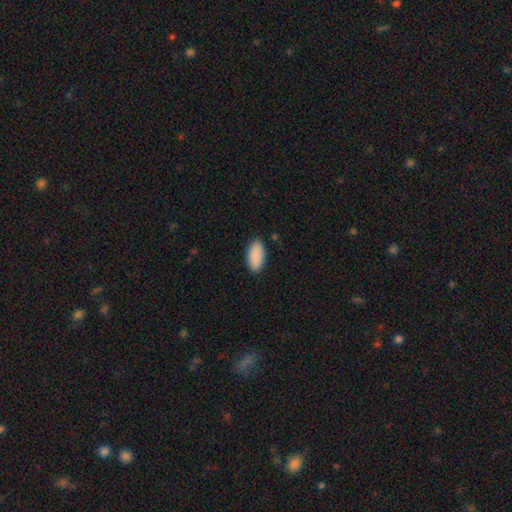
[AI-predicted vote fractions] Smooth or featured: smooth — 91% (star or artifact — 6%)
How rounded: in between — 94% (cigar-shaped — 4%)
Merging: none — 88% (minor disturbance — 9%)